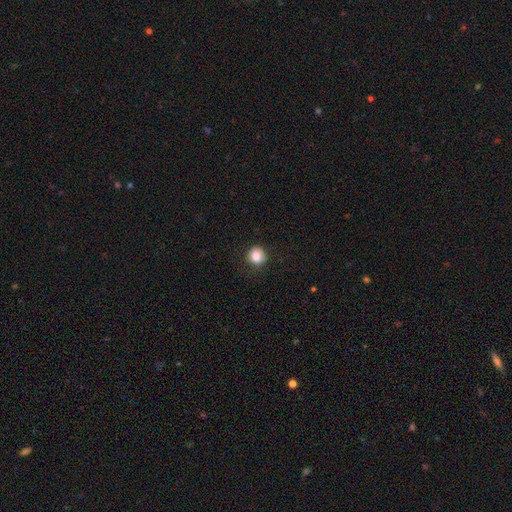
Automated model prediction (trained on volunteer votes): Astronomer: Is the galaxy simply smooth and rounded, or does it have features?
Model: smooth — 83%.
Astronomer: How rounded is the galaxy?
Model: round — 87%.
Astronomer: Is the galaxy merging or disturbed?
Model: none — 83%.